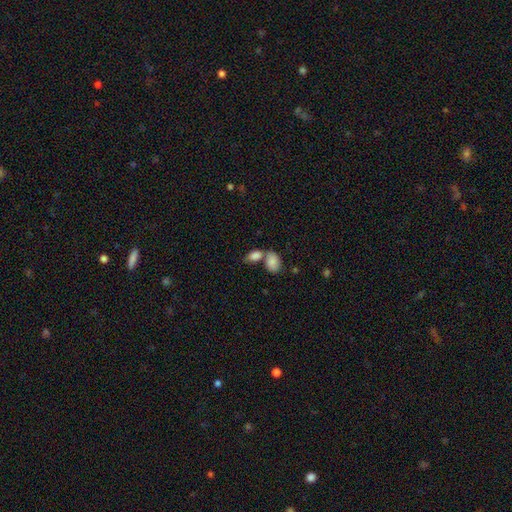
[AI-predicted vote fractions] Smooth or featured? smooth (85%)
How rounded? in between (89%)
Merging? merger (51%)